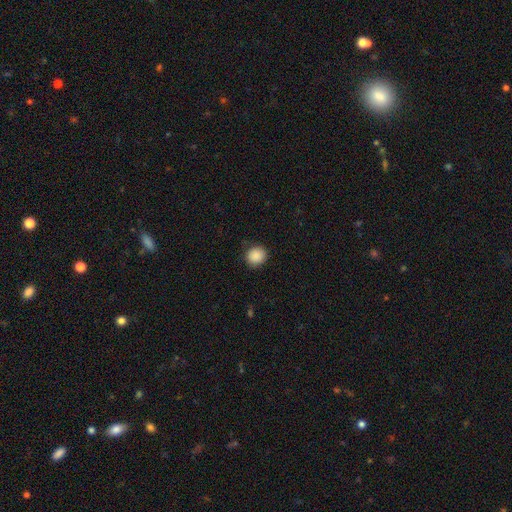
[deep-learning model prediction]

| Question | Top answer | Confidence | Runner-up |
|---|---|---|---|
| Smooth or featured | smooth | 89% | star or artifact (8%) |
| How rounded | round | 86% | in between (13%) |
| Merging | none | 86% | minor disturbance (11%) |